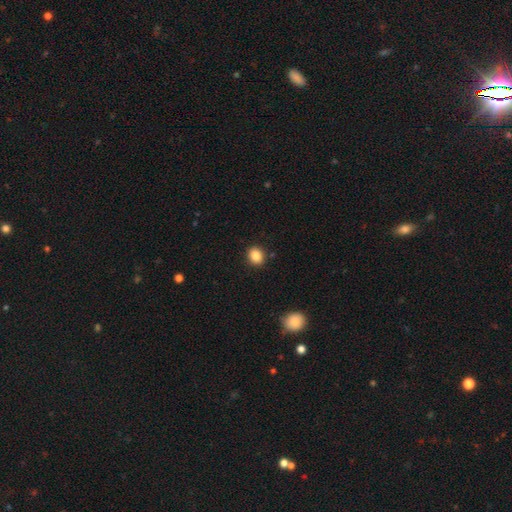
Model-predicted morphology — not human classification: smooth-or-featured: smooth: 87% | star or artifact: 9% | featured or disk: 4%
  how-rounded: round: 61% | in between: 38% | cigar-shaped: 1%
  merging: none: 90% | minor disturbance: 7% | major disturbance: 2% | merger: 1%